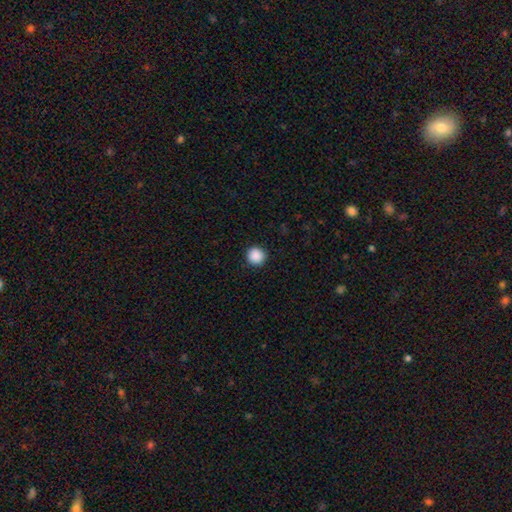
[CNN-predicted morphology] A smooth galaxy with no disk features (89%) that is round (95%).

Vote fractions:
- Smooth or featured? smooth: 89% / star or artifact: 9% / featured or disk: 2%
- How rounded? round: 95% / in between: 4% / cigar-shaped: 1%
- Merging? none: 92% / minor disturbance: 5% / major disturbance: 2% / merger: 1%